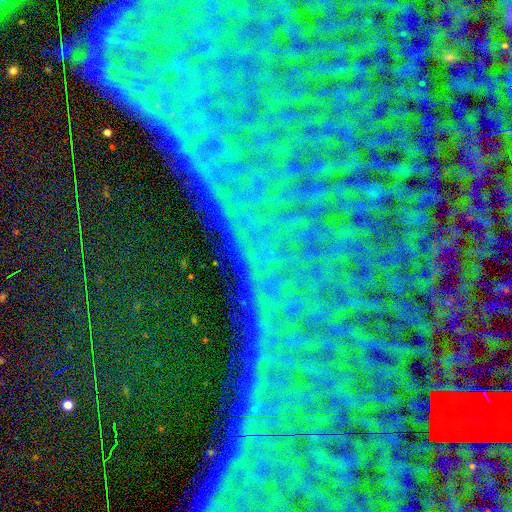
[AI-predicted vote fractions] smooth-or-featured: star or artifact: 83% | featured or disk: 10% | smooth: 7%